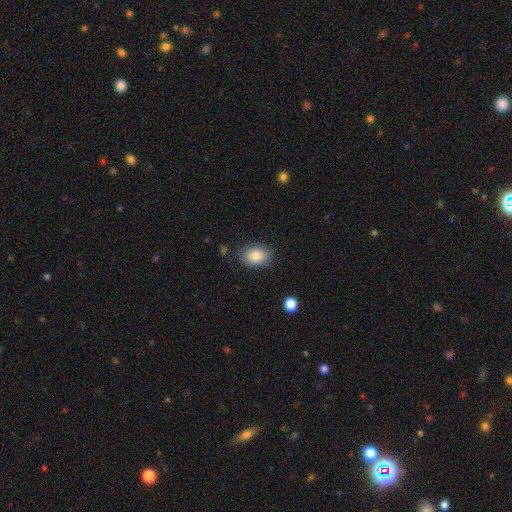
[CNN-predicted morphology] type=smooth (85%); roundness=in between (83%); merging=none (81%).